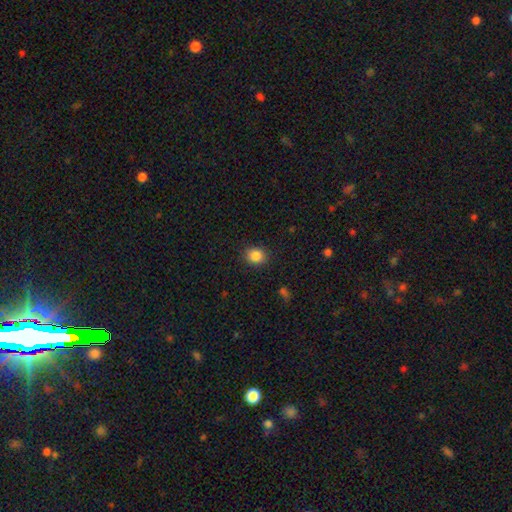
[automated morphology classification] Q: Smooth or featured?
A: smooth (86%); runner-up: star or artifact (10%)
Q: How rounded?
A: round (65%); runner-up: in between (34%)
Q: Merging?
A: none (87%); runner-up: minor disturbance (9%)